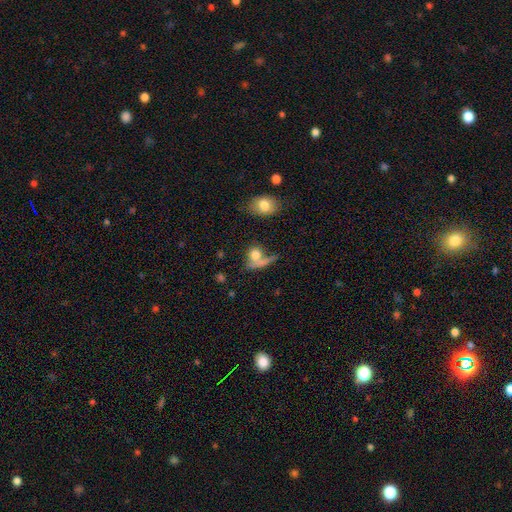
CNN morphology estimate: Overall: smooth (73%). How rounded: round (64%; in between 29%). Merging: none (41%; merger 32%).